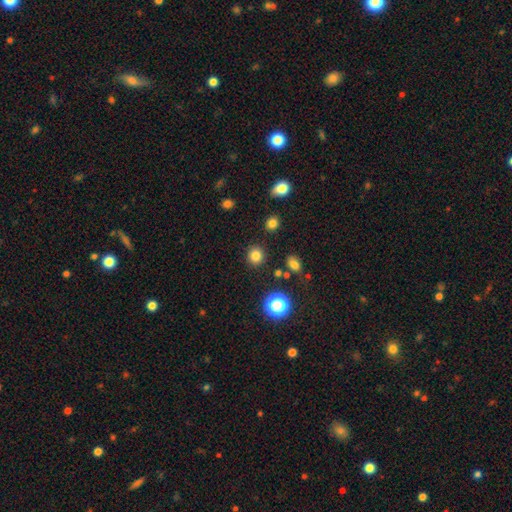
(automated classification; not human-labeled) smooth 81%, star or artifact 14%, featured or disk 5%. Down the decision tree: how rounded — round (90%); merging — none (89%).